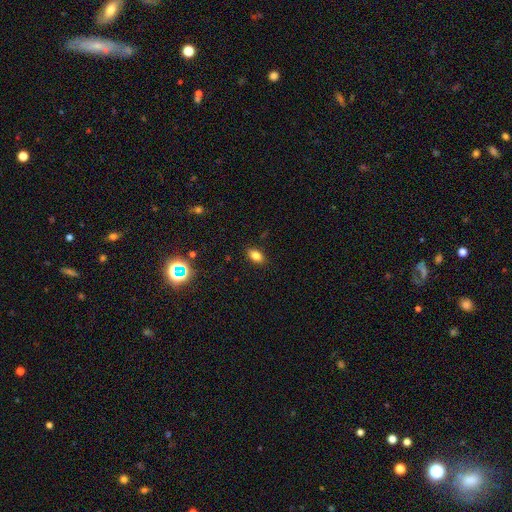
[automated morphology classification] Smooth or featured? Predicted: smooth (p=0.79). How rounded? Predicted: in between (p=0.86). Merging? Predicted: none (p=0.88).